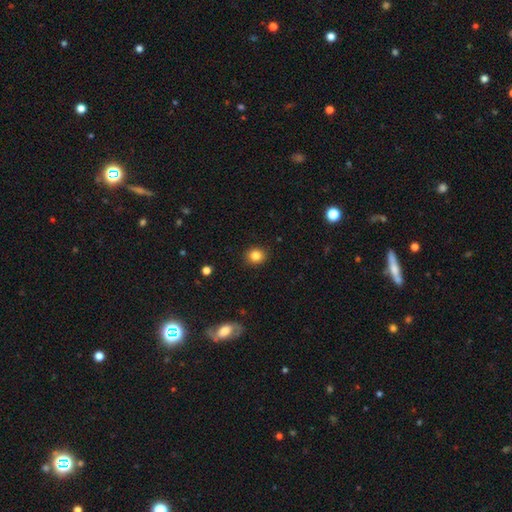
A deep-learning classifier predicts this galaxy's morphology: Smooth or featured? Predicted: smooth (p=0.84). How rounded? Predicted: round (p=0.82). Merging? Predicted: none (p=0.91).